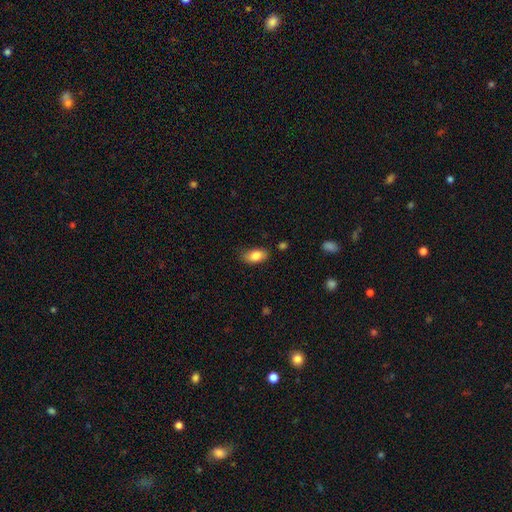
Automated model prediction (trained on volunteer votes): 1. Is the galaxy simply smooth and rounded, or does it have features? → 84% smooth, 9% featured or disk, 7% star or artifact.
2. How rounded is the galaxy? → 91% in between, 6% round, 3% cigar-shaped.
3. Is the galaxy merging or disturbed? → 79% none, 16% minor disturbance, 3% major disturbance, 2% merger.